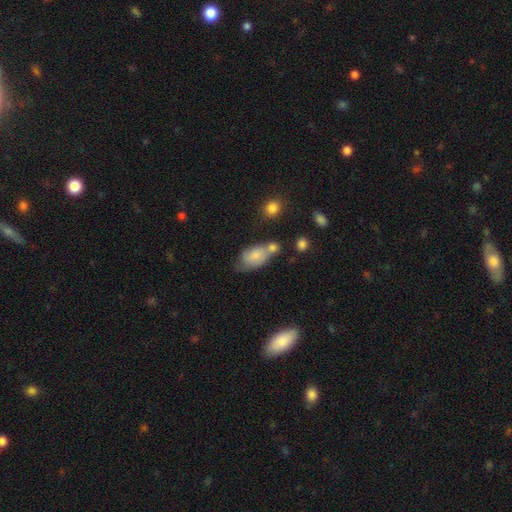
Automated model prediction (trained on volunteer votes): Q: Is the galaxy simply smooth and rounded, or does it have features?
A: smooth — 73%.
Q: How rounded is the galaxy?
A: in between — 88%.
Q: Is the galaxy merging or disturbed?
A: none — 36%.